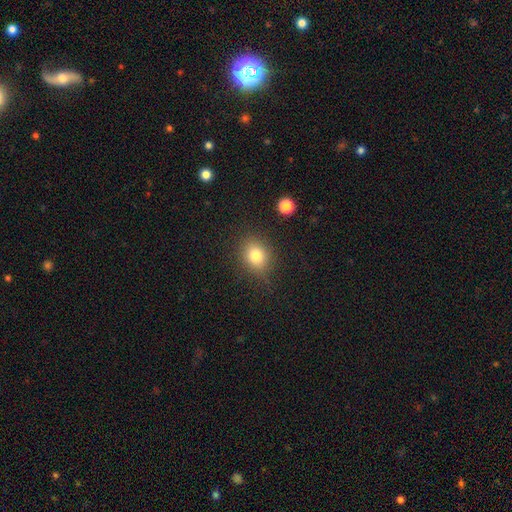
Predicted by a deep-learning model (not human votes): Smooth or featured? Predicted: smooth (p=0.79). How rounded? Predicted: round (p=0.59). Merging? Predicted: none (p=0.82).